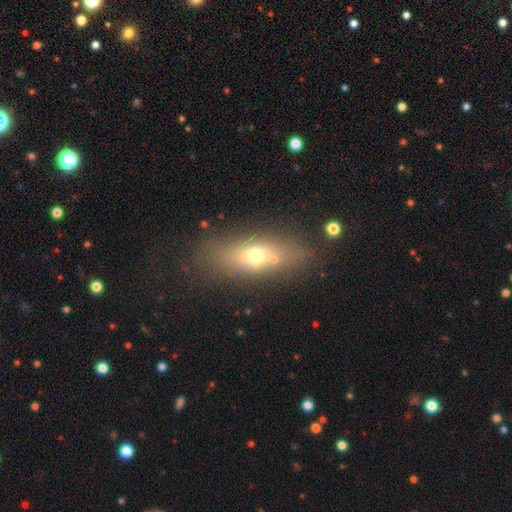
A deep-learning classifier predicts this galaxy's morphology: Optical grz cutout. It shows a smooth galaxy with no disk features (59%) that is in between round and cigar-shaped (61%). Merging: none (72%).